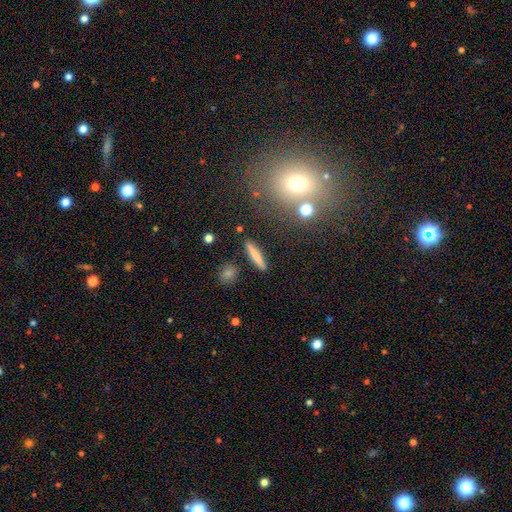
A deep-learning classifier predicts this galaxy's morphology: Smooth or featured: smooth — 75% (featured or disk — 17%)
How rounded: cigar-shaped — 89% (in between — 8%)
Merging: none — 90% (minor disturbance — 6%)